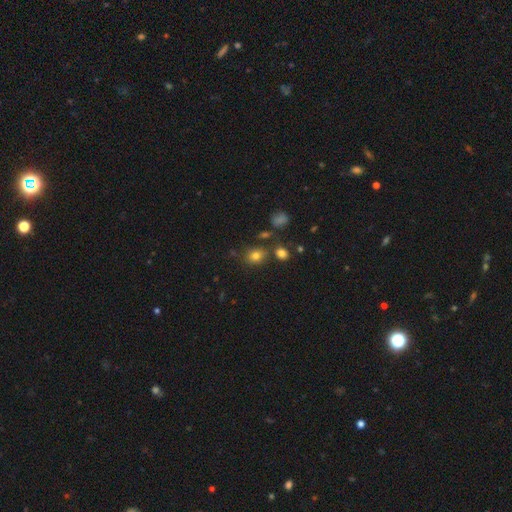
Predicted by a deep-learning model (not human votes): A smooth galaxy with no disk features (78%) that is round (57%).

Vote fractions:
- Smooth or featured? smooth: 78% / star or artifact: 14% / featured or disk: 8%
- How rounded? round: 57% / in between: 42% / cigar-shaped: 1%
- Merging? none: 73% / minor disturbance: 13% / merger: 10% / major disturbance: 4%